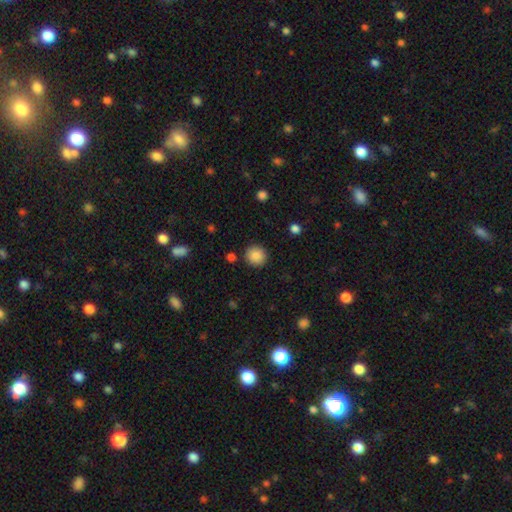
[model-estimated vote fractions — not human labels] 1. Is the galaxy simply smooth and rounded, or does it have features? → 87% smooth, 9% star or artifact, 4% featured or disk.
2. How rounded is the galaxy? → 91% round, 8% in between, 1% cigar-shaped.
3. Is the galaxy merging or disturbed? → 89% none, 7% minor disturbance, 2% major disturbance, 2% merger.